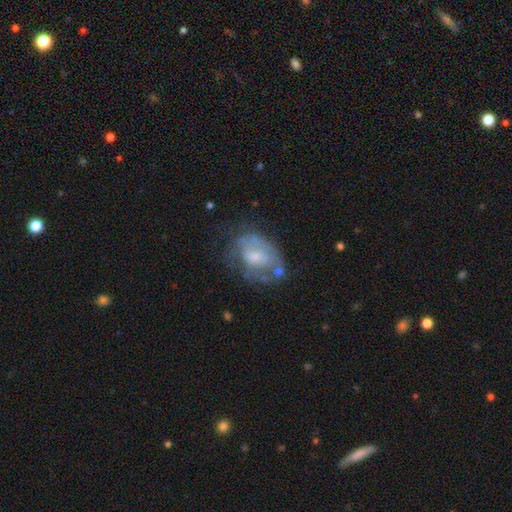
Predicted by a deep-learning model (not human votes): Smooth or featured? featured or disk (52%)
Edge-on disk? no (96%)
Merging? none (41%)